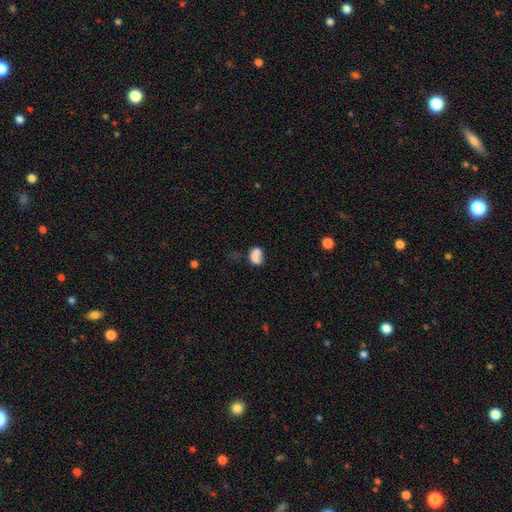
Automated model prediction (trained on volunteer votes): smooth-or-featured: smooth: 71% | featured or disk: 18% | star or artifact: 11%
  how-rounded: in between: 75% | round: 23% | cigar-shaped: 2%
  merging: merger: 45% | none: 26% | minor disturbance: 16% | major disturbance: 13%